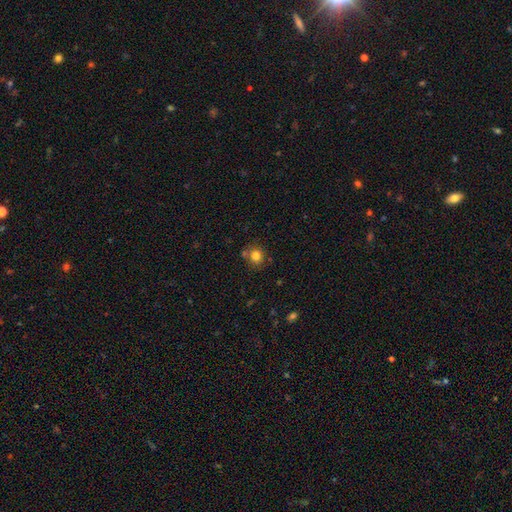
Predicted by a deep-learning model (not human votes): Smooth or featured? smooth (80%)
How rounded? round (87%)
Merging? none (72%)